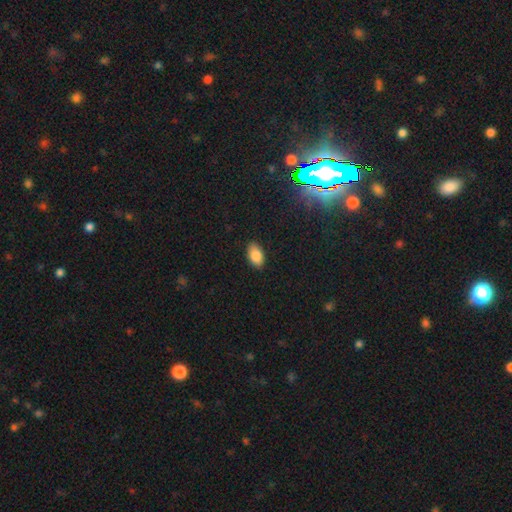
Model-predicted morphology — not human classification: A smooth galaxy with no disk features (86%) that is in between round and cigar-shaped (93%). Merging: none (87%).